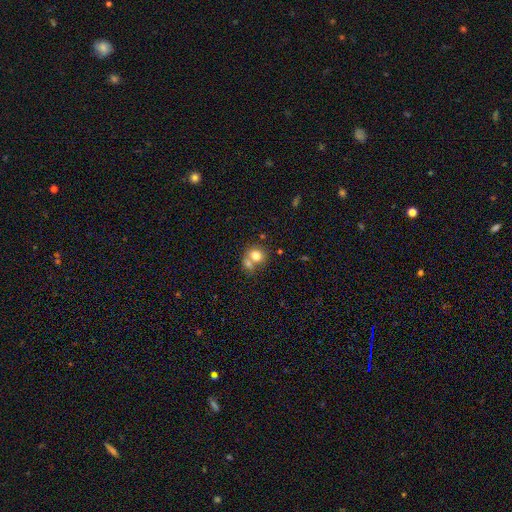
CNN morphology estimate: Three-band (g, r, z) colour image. It shows a smooth galaxy with no disk features (77%) that is round (67%). Merging: merger (49%).